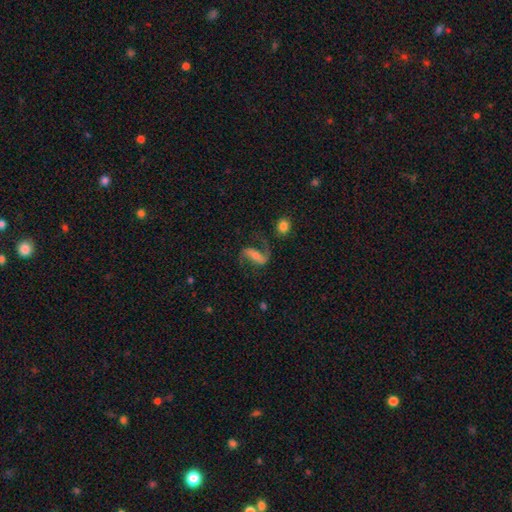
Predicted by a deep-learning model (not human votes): Morphology: type=featured or disk (82%); edge-on=no (95%); bar=strong (51%); spiral arms=yes (95%); winding=loose (60%); arm count=2 (89%); bulge=small (47%); merging=none (67%).